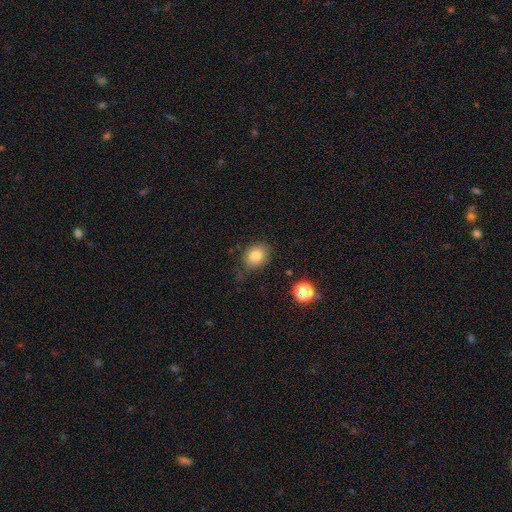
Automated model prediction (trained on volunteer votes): Smooth or featured? smooth (81%)
How rounded? round (50%)
Merging? none (74%)